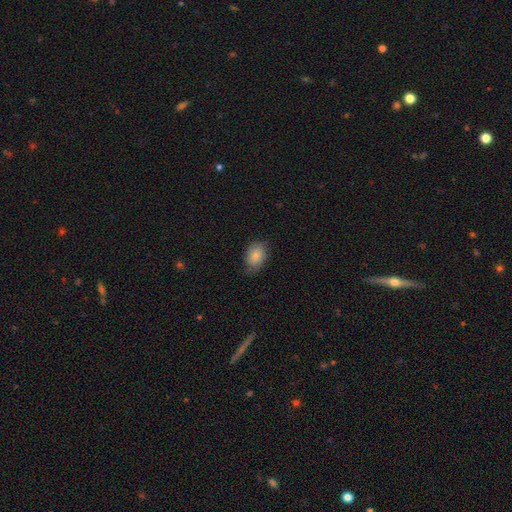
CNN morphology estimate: Smooth or featured? Predicted: smooth (p=0.84). How rounded? Predicted: in between (p=0.79). Merging? Predicted: none (p=0.72).